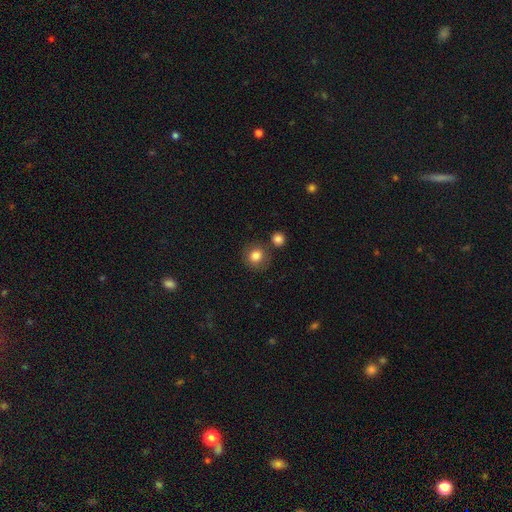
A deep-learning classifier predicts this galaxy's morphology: Smooth or featured: smooth — 83% (star or artifact — 10%)
How rounded: round — 86% (in between — 14%)
Merging: none — 77% (minor disturbance — 11%)